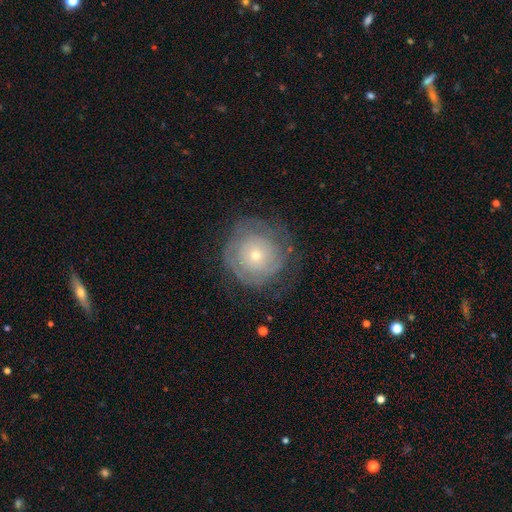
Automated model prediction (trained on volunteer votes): This is possibly a featured or disk galaxy (59%). It is clearly not viewed edge-on (97%). Bar: clearly no (88%). Spiral arm pattern: likely yes (67%). Central bulge: likely small (68%). Merging: likely none (68%).